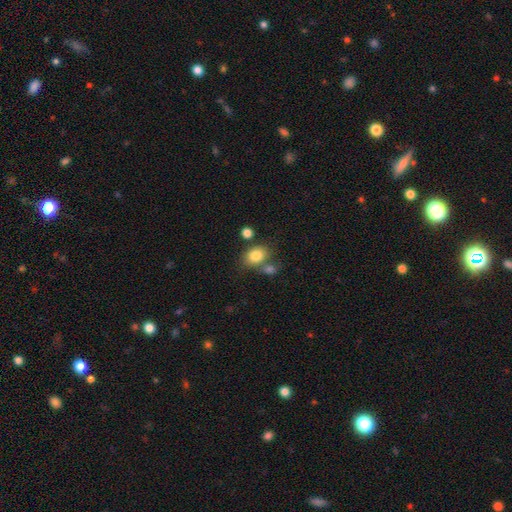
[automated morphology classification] smooth_or_featured: smooth (p=0.81) [alt: star or artifact p=0.10]
how_rounded: in between (p=0.64) [alt: round p=0.35]
merging: none (p=0.59) [alt: merger p=0.21]